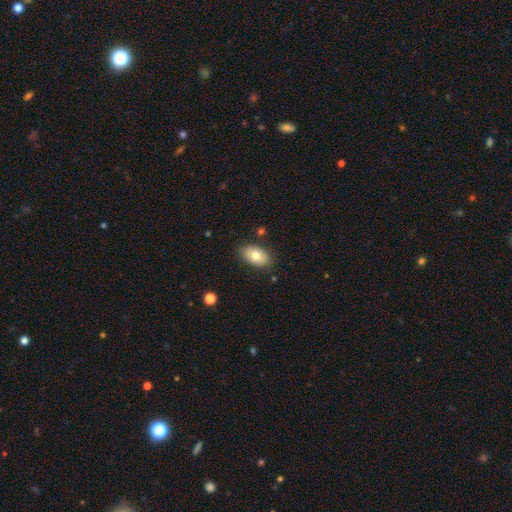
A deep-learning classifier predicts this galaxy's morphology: This appears to be a smooth galaxy with no disk features (77%) that is in between round and cigar-shaped (91%). Merging: none (83%).